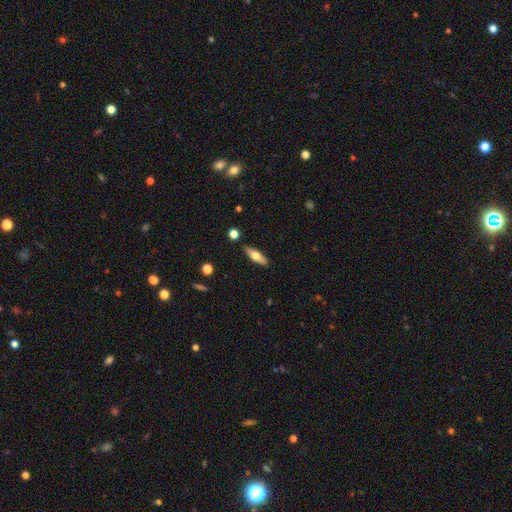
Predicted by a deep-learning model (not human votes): Overall: smooth (56%; featured or disk 38%). How rounded: cigar-shaped (51%; in between 46%). Merging: none (88%).